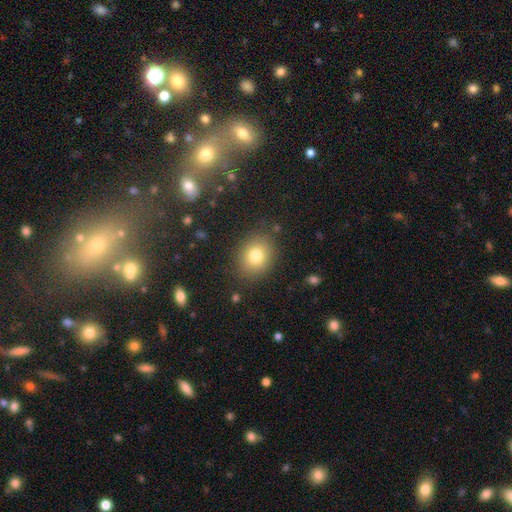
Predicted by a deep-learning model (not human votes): Q: Smooth or featured?
A: smooth (79%); runner-up: star or artifact (11%)
Q: How rounded?
A: round (55%); runner-up: in between (44%)
Q: Merging?
A: none (84%); runner-up: minor disturbance (10%)